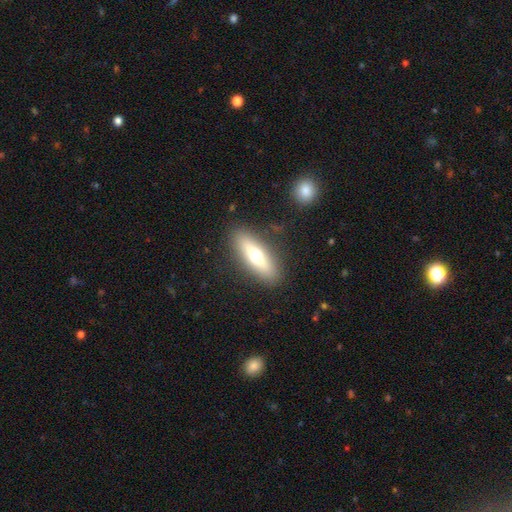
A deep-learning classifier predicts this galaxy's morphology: Smooth or featured: smooth — 56% (featured or disk — 37%)
How rounded: in between — 49% (cigar-shaped — 48%)
Merging: none — 87% (minor disturbance — 9%)